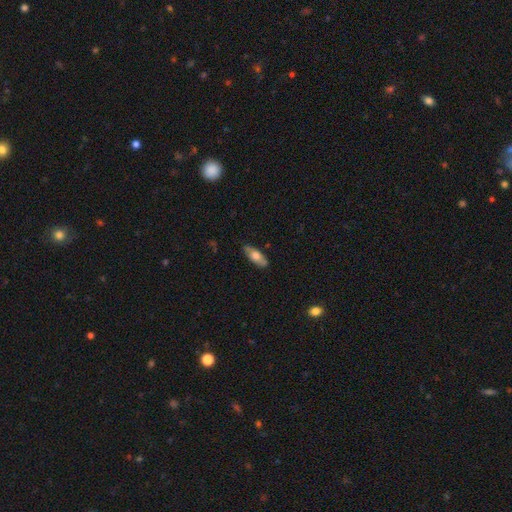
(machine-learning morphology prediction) type=smooth (62%); roundness=in between (70%); merging=none (83%).